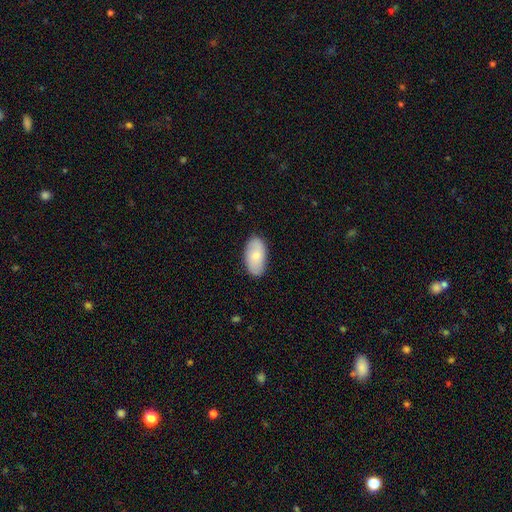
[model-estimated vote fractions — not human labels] This appears to be a smooth galaxy with no disk features (74%) that is in between round and cigar-shaped (94%). Merging: none (85%).